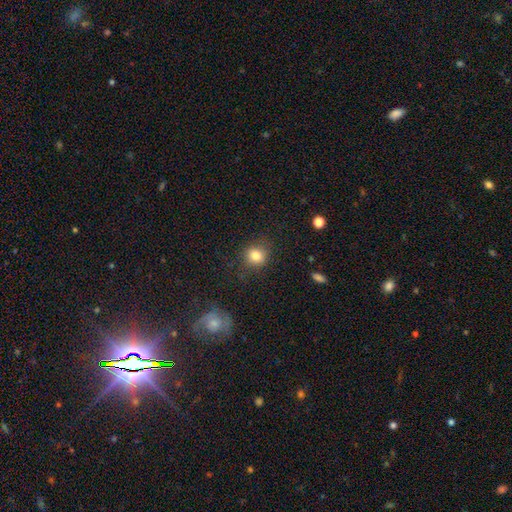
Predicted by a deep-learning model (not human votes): Smooth or featured? Predicted: smooth (p=0.82). How rounded? Predicted: round (p=0.81). Merging? Predicted: none (p=0.81).